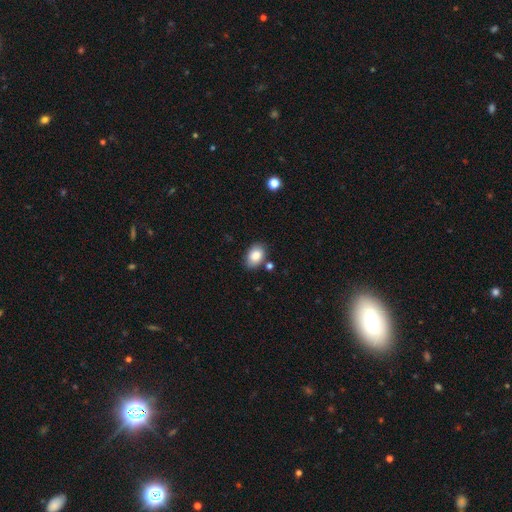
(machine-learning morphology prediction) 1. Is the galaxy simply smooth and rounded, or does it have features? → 85% smooth, 8% star or artifact, 7% featured or disk.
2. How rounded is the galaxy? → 84% in between, 15% round, 1% cigar-shaped.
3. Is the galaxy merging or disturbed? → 78% none, 14% minor disturbance, 6% merger, 3% major disturbance.